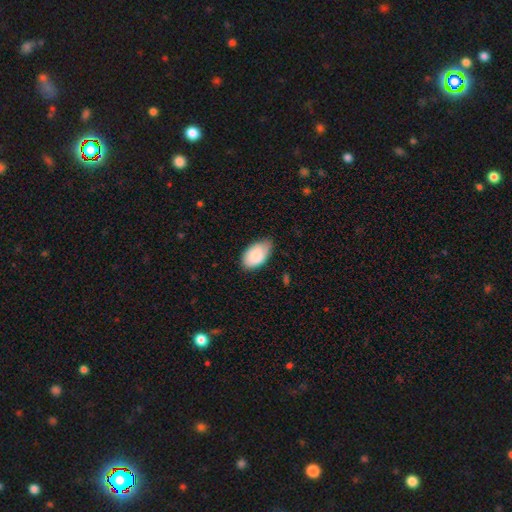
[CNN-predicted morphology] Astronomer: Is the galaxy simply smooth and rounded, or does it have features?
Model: smooth — 86%.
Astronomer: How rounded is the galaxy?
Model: in between — 94%.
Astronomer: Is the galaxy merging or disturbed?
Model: none — 63%.